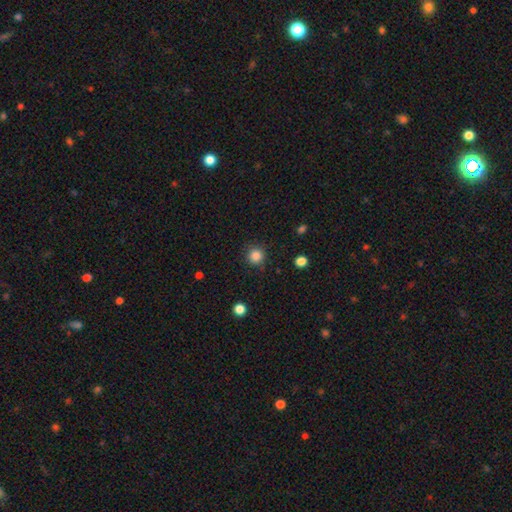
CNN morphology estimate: A smooth galaxy with no disk features (85%) that is round (94%). Merging: none (87%).